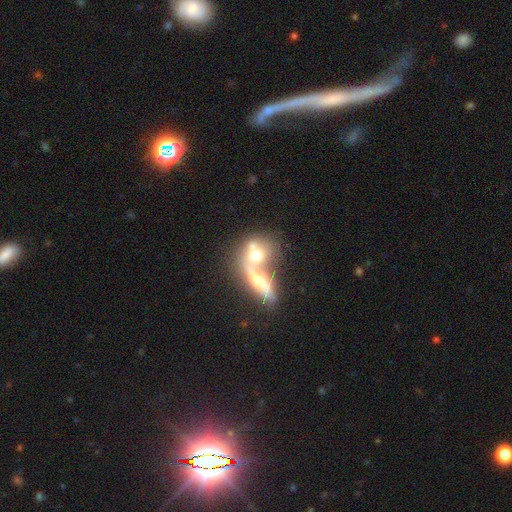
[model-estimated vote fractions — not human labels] Overall: smooth (55%; featured or disk 35%). How rounded: round (52%; in between 37%). Merging: merger (64%; none 24%).